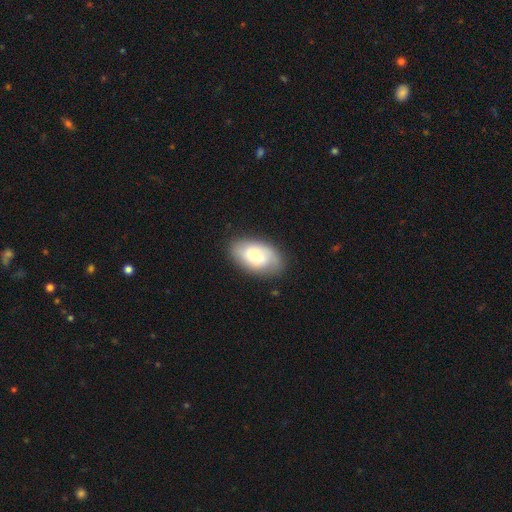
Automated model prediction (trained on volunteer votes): Overall: smooth (68%). How rounded: in between (94%). Merging: none (76%).